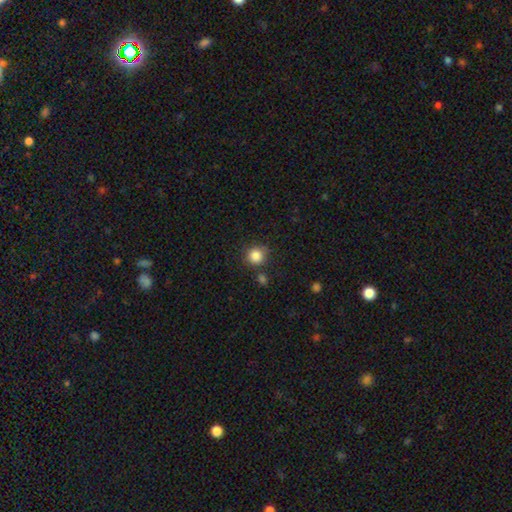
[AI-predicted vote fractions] Smooth or featured: smooth — 85% (star or artifact — 11%)
How rounded: round — 91% (in between — 8%)
Merging: none — 80% (minor disturbance — 10%)